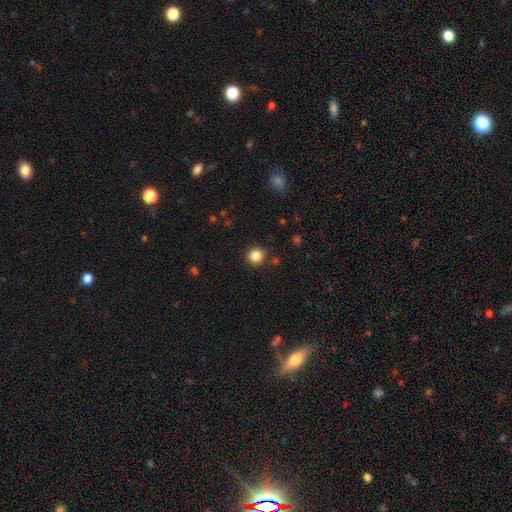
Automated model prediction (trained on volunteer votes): Overall: smooth (85%). How rounded: round (94%). Merging: none (89%).